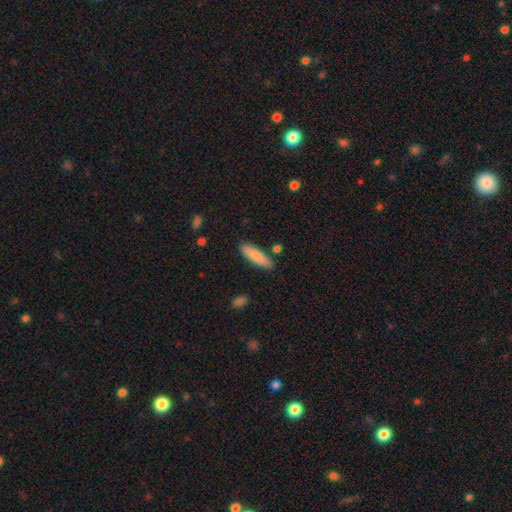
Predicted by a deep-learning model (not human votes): This is clearly a smooth galaxy (84%). How rounded: likely cigar-shaped (61%). Merging: clearly none (83%).